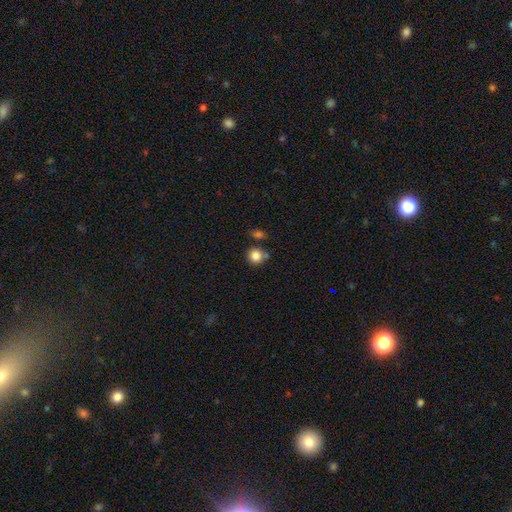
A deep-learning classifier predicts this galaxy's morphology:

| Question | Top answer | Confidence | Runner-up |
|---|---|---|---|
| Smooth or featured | smooth | 85% | star or artifact (10%) |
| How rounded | round | 91% | in between (8%) |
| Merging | none | 71% | minor disturbance (13%) |